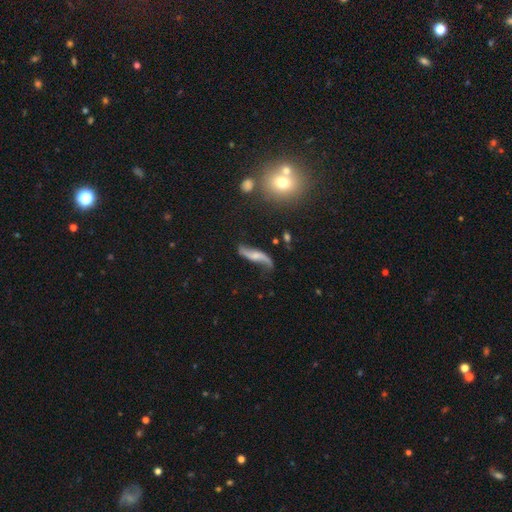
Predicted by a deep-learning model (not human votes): Smooth or featured: featured or disk — 77% (smooth — 16%)
Edge-on disk: no — 83% (yes — 17%)
Bar: no — 55% (weak — 31%)
Spiral arms: yes — 93% (no — 7%)
Spiral winding: loose — 92% (medium — 6%)
Spiral arm count: 2 — 91% (1 — 4%)
Bulge size: small — 41% (none — 27%)
Merging: none — 65% (minor disturbance — 20%)